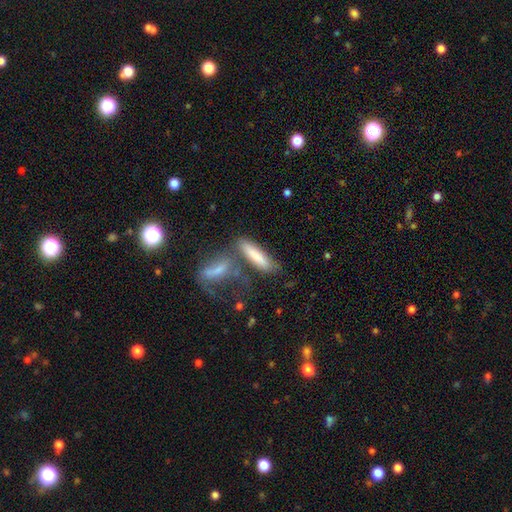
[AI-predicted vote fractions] A smooth galaxy with no disk features (76%) that is cigar-shaped (72%).

Vote fractions:
- Smooth or featured? smooth: 76% / featured or disk: 16% / star or artifact: 8%
- How rounded? cigar-shaped: 72% / in between: 25% / round: 2%
- Merging? none: 48% / merger: 31% / minor disturbance: 14% / major disturbance: 8%